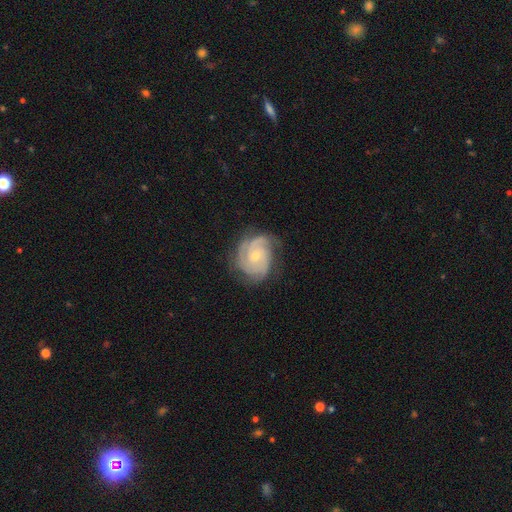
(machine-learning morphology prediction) This appears to be a featured or disk galaxy (86%) with no bar (72%), 3 (47%) tight (66%) spiral arms (97%) and a small central bulge (54%). Merging: none (71%).